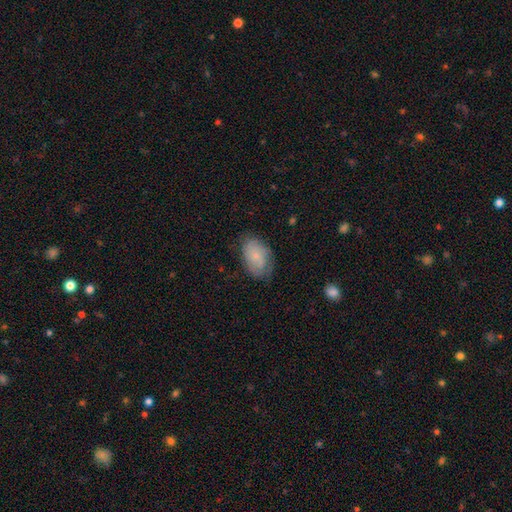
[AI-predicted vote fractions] smooth_or_featured: smooth (p=0.68) [alt: featured or disk p=0.25]
how_rounded: in between (p=0.90) [alt: round p=0.09]
merging: none (p=0.68) [alt: minor disturbance p=0.24]